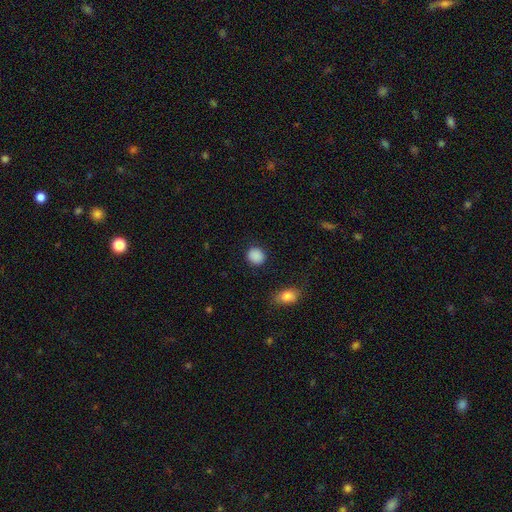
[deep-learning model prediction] Q: Smooth or featured?
A: smooth (89%); runner-up: star or artifact (9%)
Q: How rounded?
A: round (80%); runner-up: in between (19%)
Q: Merging?
A: none (89%); runner-up: minor disturbance (7%)